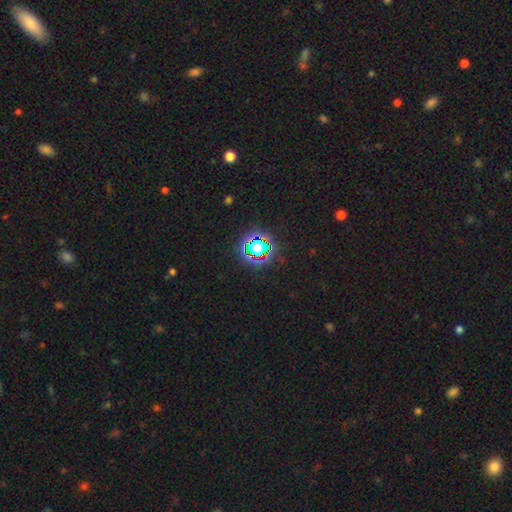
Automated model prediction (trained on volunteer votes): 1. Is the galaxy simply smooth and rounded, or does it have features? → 73% star or artifact, 18% smooth, 9% featured or disk.